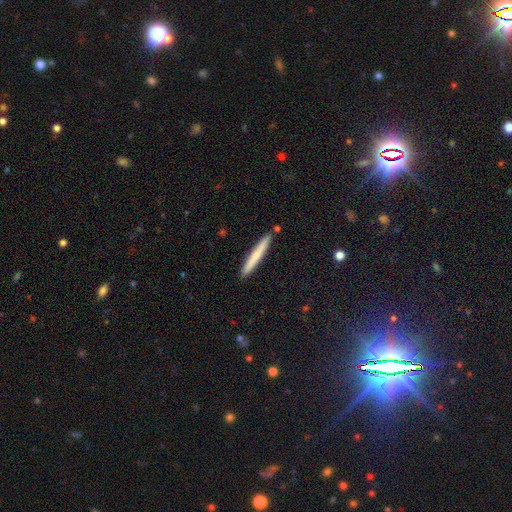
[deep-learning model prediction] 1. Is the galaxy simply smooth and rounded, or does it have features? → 68% smooth, 27% featured or disk, 6% star or artifact.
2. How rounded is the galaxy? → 96% cigar-shaped, 3% in between, 1% round.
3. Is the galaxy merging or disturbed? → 91% none, 6% minor disturbance, 2% merger, 1% major disturbance.